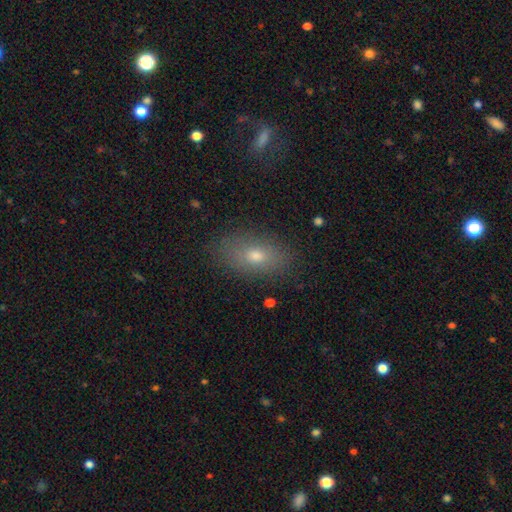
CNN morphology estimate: This is likely a smooth galaxy (71%). How rounded: clearly in between (85%). Merging: clearly none (84%).